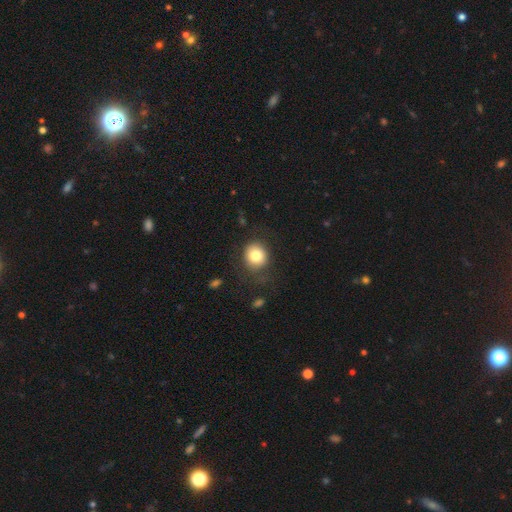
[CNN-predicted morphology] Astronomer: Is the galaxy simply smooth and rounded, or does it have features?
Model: smooth — 80%.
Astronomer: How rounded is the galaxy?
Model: round — 78%.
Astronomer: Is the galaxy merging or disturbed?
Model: none — 76%.